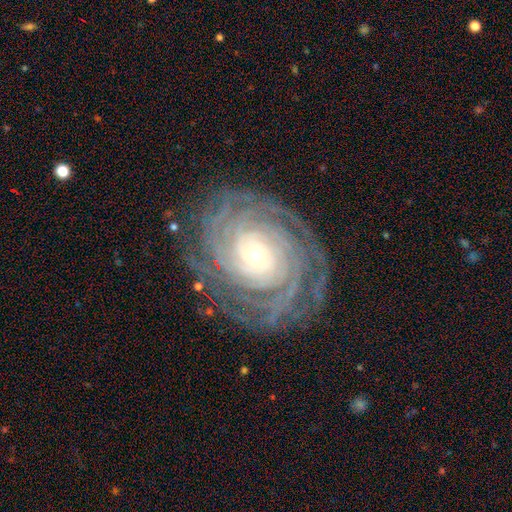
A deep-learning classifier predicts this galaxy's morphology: Smooth or featured? Predicted: featured or disk (p=0.90). Edge-on disk? Predicted: no (p=0.97). Bar? Predicted: no (p=0.70). Spiral arms? Predicted: yes (p=0.98). Spiral winding? Predicted: tight (p=0.86). Spiral arm count? Predicted: more than 4 (p=0.33). Bulge size? Predicted: small (p=0.57). Merging? Predicted: none (p=0.82).